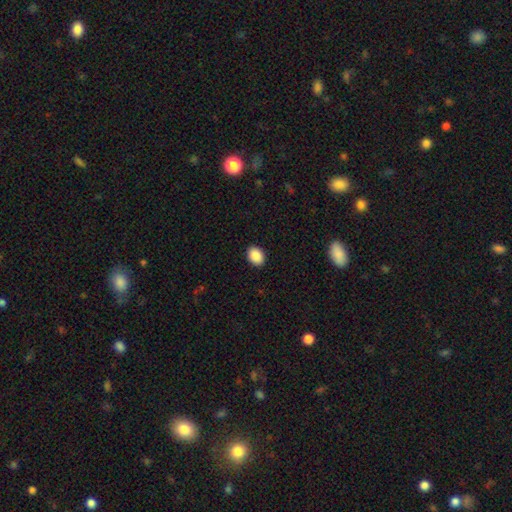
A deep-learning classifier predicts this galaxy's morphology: This is clearly a smooth galaxy (90%). How rounded: likely in between (66%). Merging: clearly none (91%).